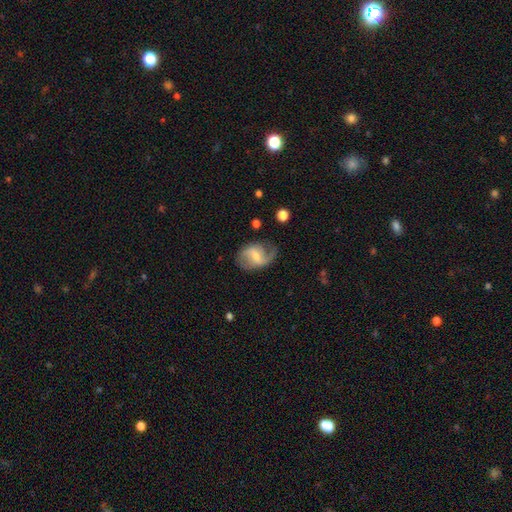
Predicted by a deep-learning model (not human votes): Smooth or featured?
  - featured or disk: 75% *
  - smooth: 19%
  - star or artifact: 6%
Edge-on disk?
  - no: 97% *
  - yes: 3%
Bar?
  - weak: 52% *
  - strong: 29%
  - no: 19%
Spiral arms?
  - yes: 89% *
  - no: 11%
Spiral winding?
  - loose: 50% *
  - medium: 38%
  - tight: 12%
Spiral arm count?
  - 2: 74% *
  - 1: 17%
  - can't tell: 7%
  - 3: 1%
  - 4: 1%
  - more than 4: 1%
Bulge size?
  - small: 49% *
  - moderate: 42%
  - none: 5%
  - large: 3%
  - dominant: 1%
Merging?
  - none: 62% *
  - minor disturbance: 23%
  - major disturbance: 13%
  - merger: 2%